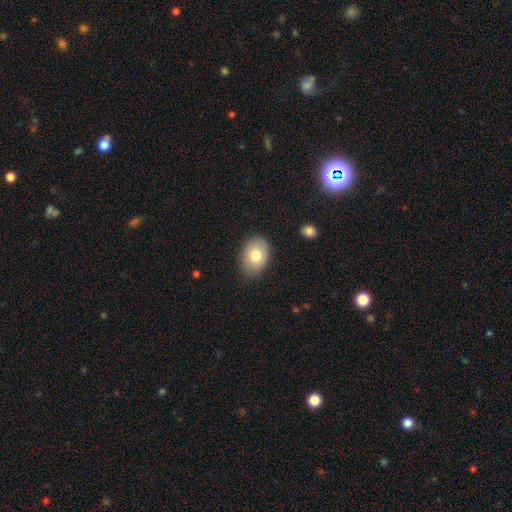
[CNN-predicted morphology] smooth_or_featured: smooth (p=0.78) [alt: featured or disk p=0.15]
how_rounded: in between (p=0.77) [alt: round p=0.22]
merging: none (p=0.79) [alt: minor disturbance p=0.17]